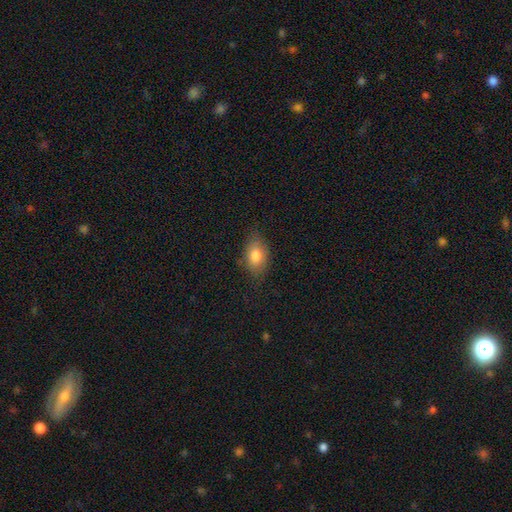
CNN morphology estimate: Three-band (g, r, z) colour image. It shows a smooth galaxy with no disk features (81%) that is in between round and cigar-shaped (86%). Merging: none (76%).